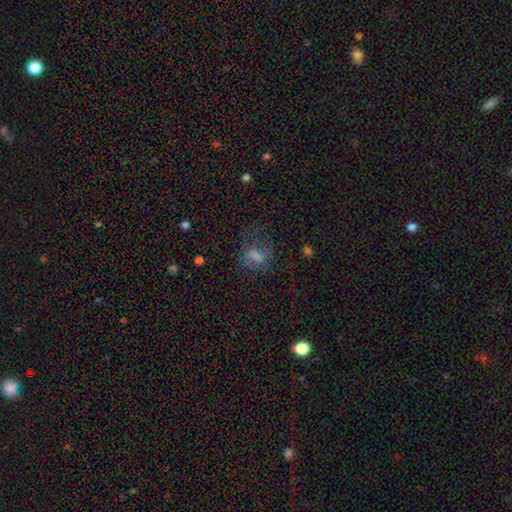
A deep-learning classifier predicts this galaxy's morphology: type=smooth (51%); roundness=in between (58%); merging=none (55%).